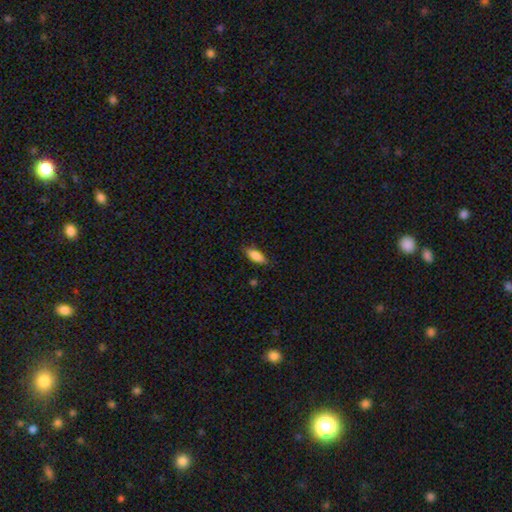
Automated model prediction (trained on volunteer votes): This appears to be a smooth galaxy with no disk features (82%) that is in between round and cigar-shaped (66%). Merging: none (80%).